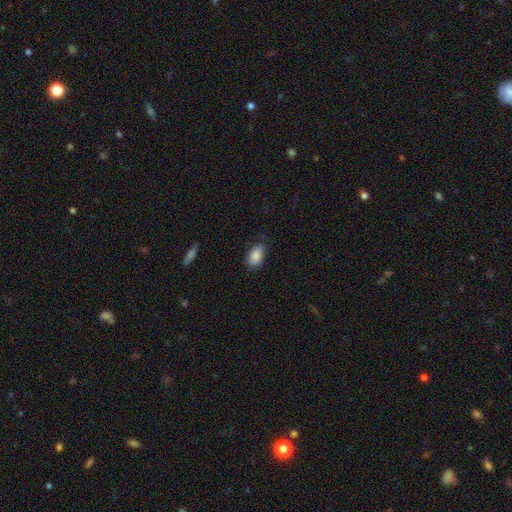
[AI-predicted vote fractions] This is clearly a smooth galaxy (85%). How rounded: clearly in between (92%). Merging: likely none (69%).